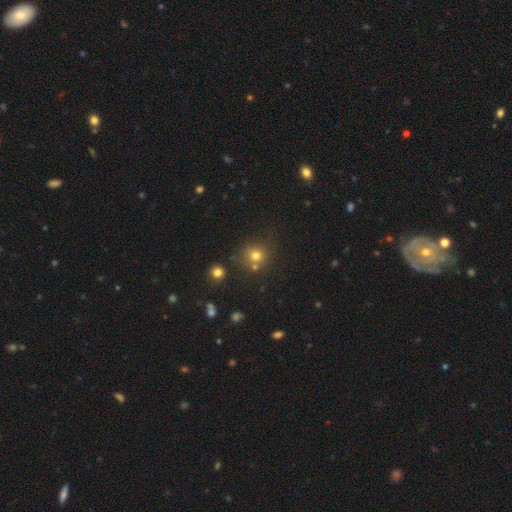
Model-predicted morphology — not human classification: smooth 73%, star or artifact 18%, featured or disk 9%. Down the decision tree: how rounded — round (89%); merging — none (69%).